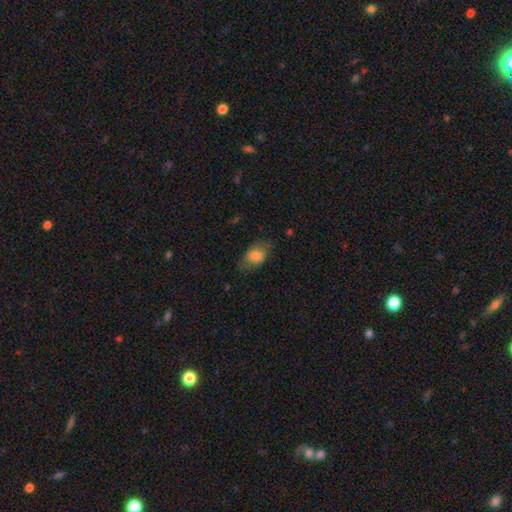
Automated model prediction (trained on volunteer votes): A smooth galaxy with no disk features (77%) that is in between round and cigar-shaped (82%).

Vote fractions:
- Smooth or featured? smooth: 77% / featured or disk: 15% / star or artifact: 8%
- How rounded? in between: 82% / round: 16% / cigar-shaped: 2%
- Merging? none: 66% / minor disturbance: 23% / major disturbance: 10% / merger: 1%